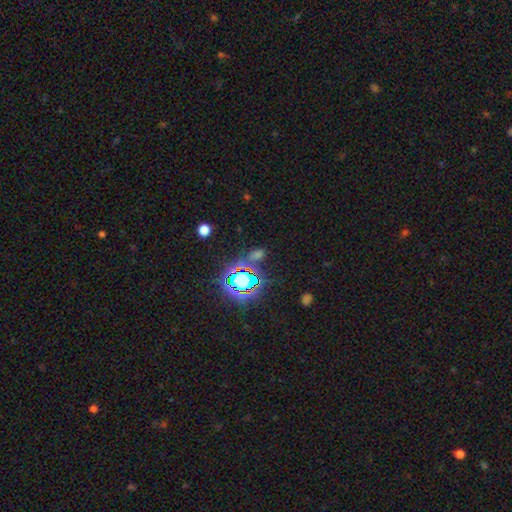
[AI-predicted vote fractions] Smooth or featured? Predicted: star or artifact (p=0.65).